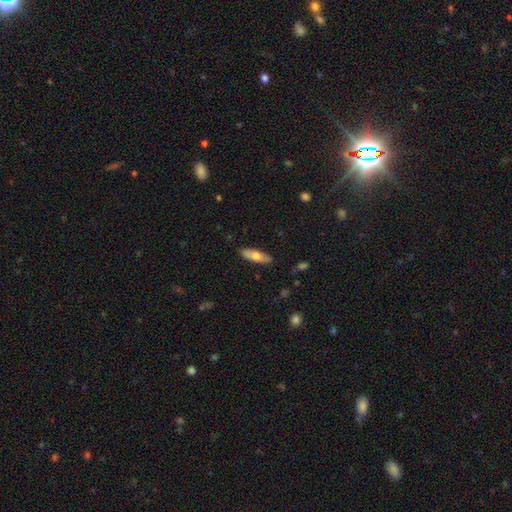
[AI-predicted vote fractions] This appears to be a smooth galaxy with no disk features (67%) that is in between round and cigar-shaped (51%). Merging: none (88%).